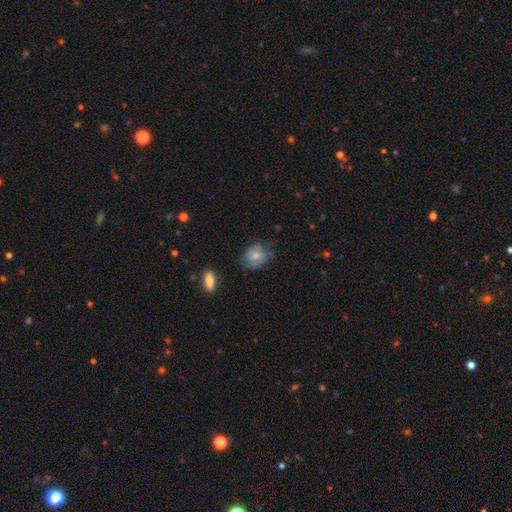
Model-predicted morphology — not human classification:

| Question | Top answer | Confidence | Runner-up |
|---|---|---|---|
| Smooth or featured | smooth | 64% | featured or disk (28%) |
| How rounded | round | 53% | in between (46%) |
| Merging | none | 64% | minor disturbance (26%) |